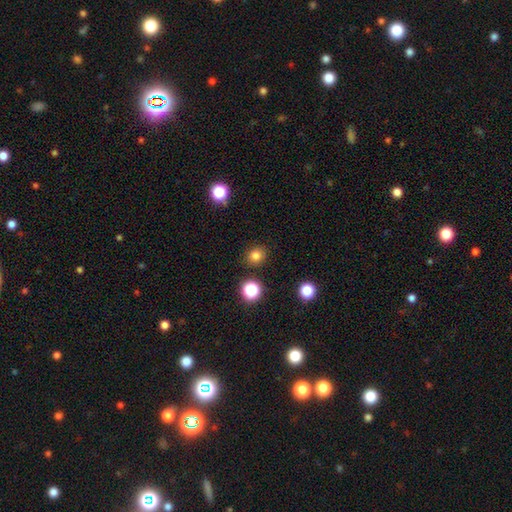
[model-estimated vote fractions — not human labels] Morphology: type=smooth (79%); roundness=round (81%); merging=none (89%).